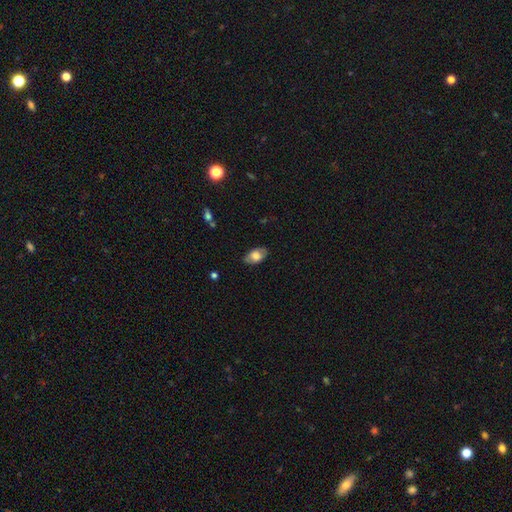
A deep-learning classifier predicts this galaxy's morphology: type=smooth (68%); roundness=in between (91%); merging=none (78%).